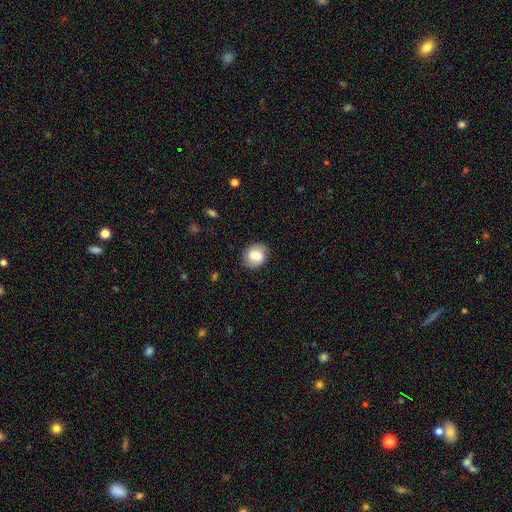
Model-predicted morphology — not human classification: The model was most divided on "how rounded": round: 71%, in between: 28%, cigar-shaped: 1%. More confident: merging — none (85%); smooth or featured — smooth (78%).